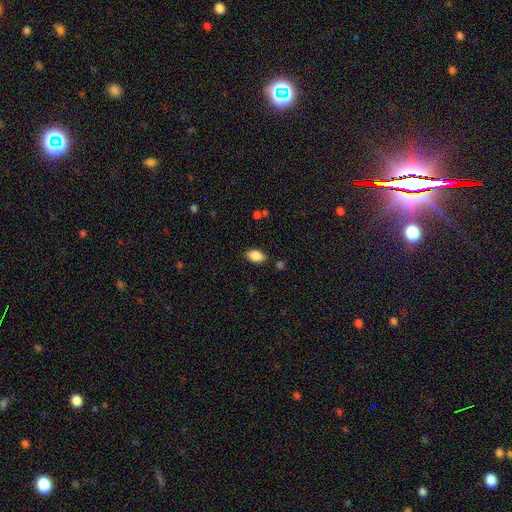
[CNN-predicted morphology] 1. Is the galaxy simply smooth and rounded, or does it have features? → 86% smooth, 8% star or artifact, 6% featured or disk.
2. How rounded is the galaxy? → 92% in between, 5% round, 3% cigar-shaped.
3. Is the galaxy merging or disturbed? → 84% none, 11% minor disturbance, 3% major disturbance, 2% merger.